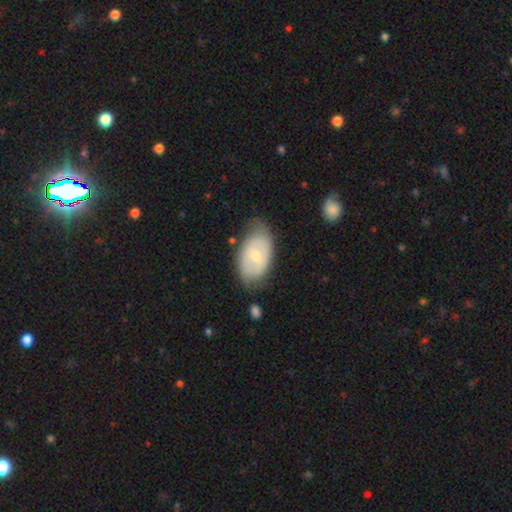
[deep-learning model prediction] Smooth or featured? smooth (51%)
How rounded? in between (91%)
Merging? none (64%)